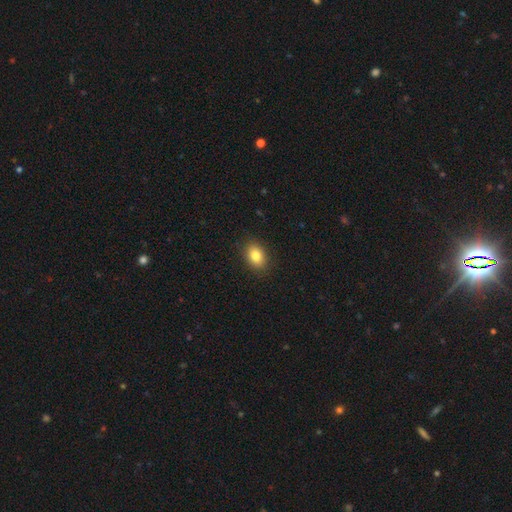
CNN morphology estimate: type=smooth (82%); roundness=in between (74%); merging=none (89%).